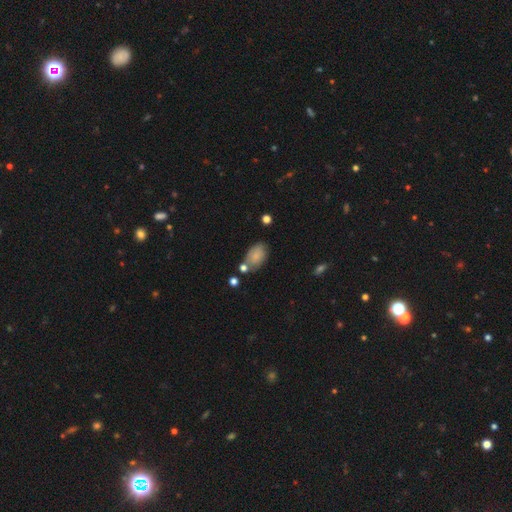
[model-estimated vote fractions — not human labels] smooth-or-featured: smooth: 82% | featured or disk: 10% | star or artifact: 8%
  how-rounded: in between: 90% | round: 9% | cigar-shaped: 2%
  merging: none: 63% | minor disturbance: 20% | merger: 11% | major disturbance: 6%